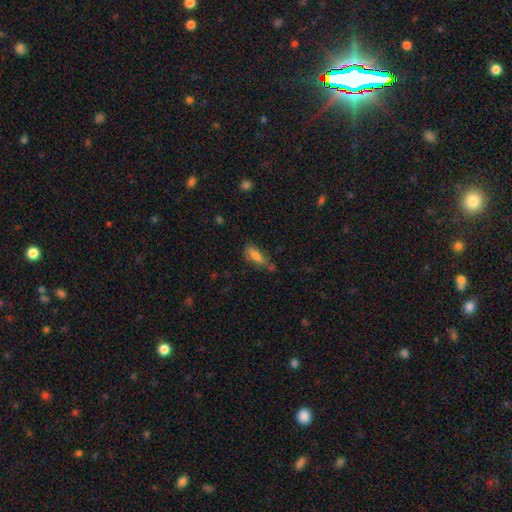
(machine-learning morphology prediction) smooth 75%, featured or disk 16%, star or artifact 9%. Down the decision tree: how rounded — in between (69%); merging — none (46%).